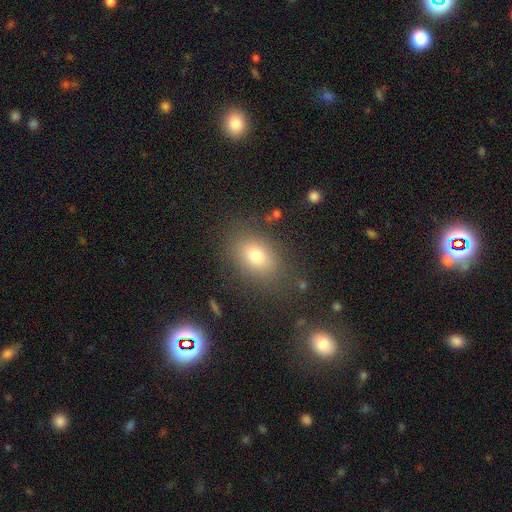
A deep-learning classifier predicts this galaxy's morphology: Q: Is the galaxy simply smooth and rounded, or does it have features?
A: smooth — 76%.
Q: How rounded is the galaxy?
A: in between — 77%.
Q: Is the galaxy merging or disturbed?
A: none — 80%.